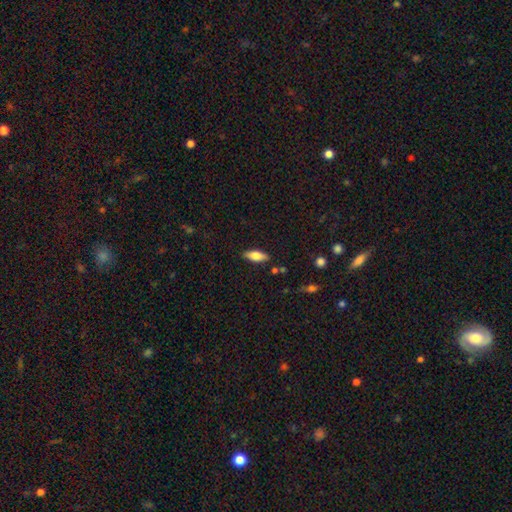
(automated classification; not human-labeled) Overall: smooth (68%). How rounded: in between (70%). Merging: none (85%).